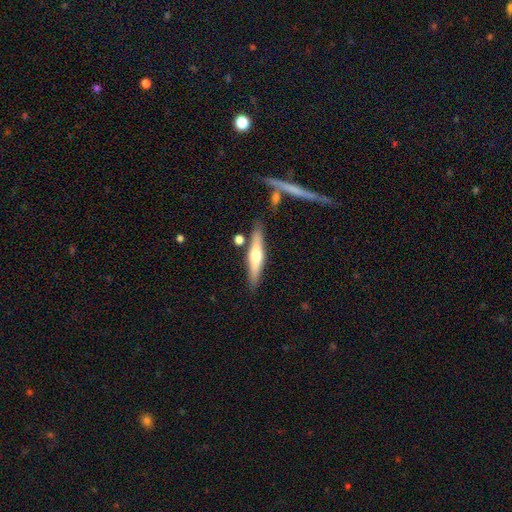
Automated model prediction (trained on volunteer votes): Q: Smooth or featured?
A: featured or disk (56%); runner-up: smooth (39%)
Q: Edge-on disk?
A: yes (95%); runner-up: no (5%)
Q: Edge-on bulge?
A: rounded (88%); runner-up: boxy (6%)
Q: Merging?
A: none (82%); runner-up: minor disturbance (10%)